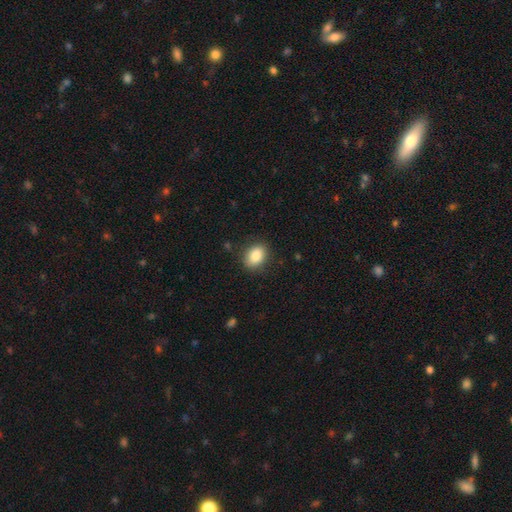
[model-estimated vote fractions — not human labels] A smooth galaxy with no disk features (86%) that is in between round and cigar-shaped (73%). Merging: none (85%).